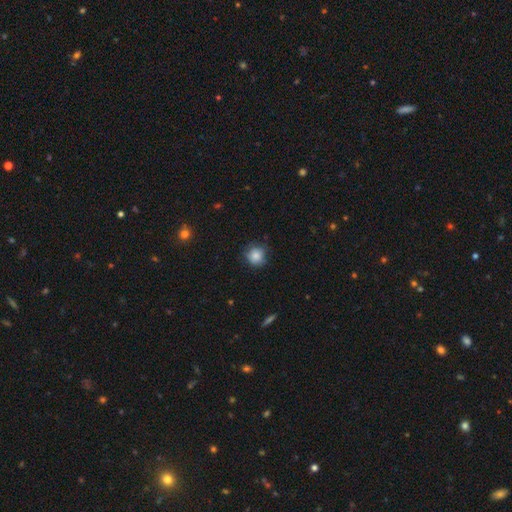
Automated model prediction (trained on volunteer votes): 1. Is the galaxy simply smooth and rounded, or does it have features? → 84% smooth, 9% star or artifact, 7% featured or disk.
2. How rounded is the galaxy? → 90% round, 9% in between, 1% cigar-shaped.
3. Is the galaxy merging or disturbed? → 76% none, 19% minor disturbance, 4% major disturbance, 1% merger.